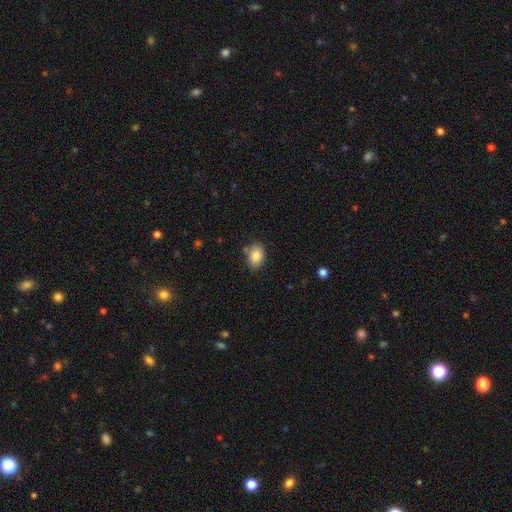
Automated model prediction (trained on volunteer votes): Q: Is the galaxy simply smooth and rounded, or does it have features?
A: smooth — 87%.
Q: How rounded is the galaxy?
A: in between — 78%.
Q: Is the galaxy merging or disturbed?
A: none — 76%.